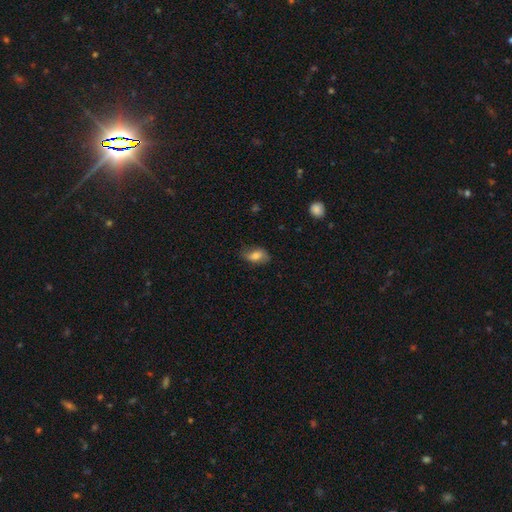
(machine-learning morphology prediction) A smooth galaxy with no disk features (73%) that is in between round and cigar-shaped (88%). Merging: none (64%).